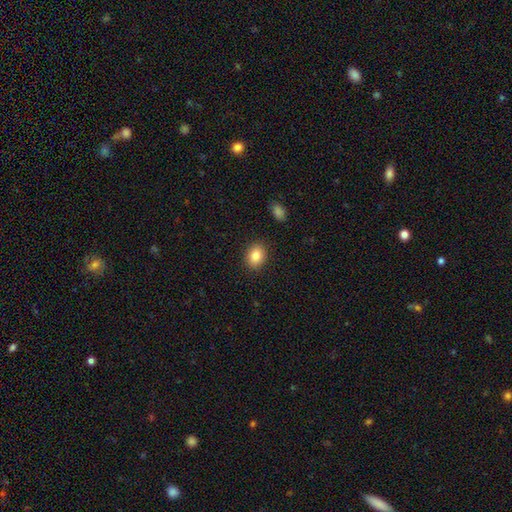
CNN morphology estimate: type=smooth (84%); roundness=in between (54%); merging=none (89%).